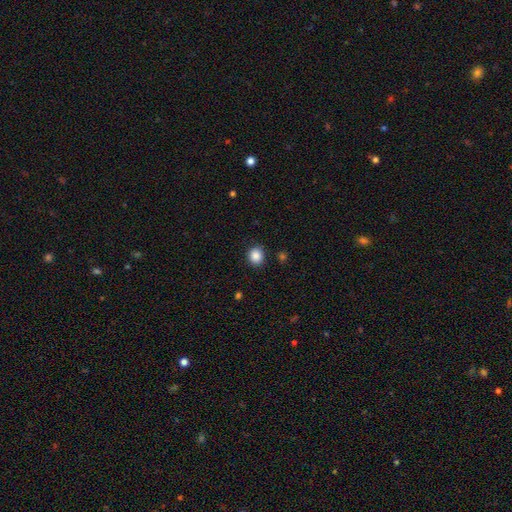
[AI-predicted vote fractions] Overall: smooth (88%). How rounded: round (79%). Merging: none (89%).